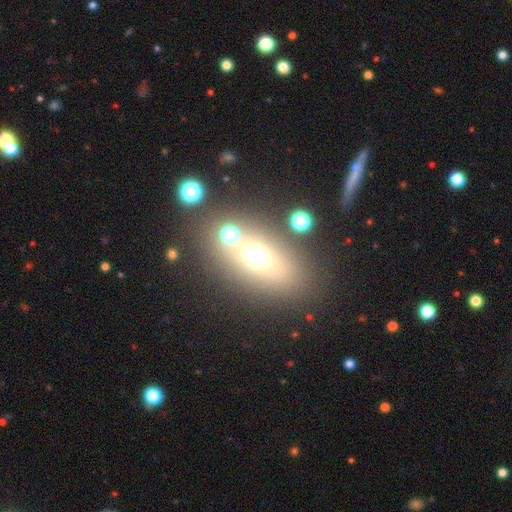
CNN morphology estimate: smooth_or_featured: smooth (p=0.56) [alt: star or artifact p=0.22]
how_rounded: in between (p=0.70) [alt: round p=0.25]
merging: none (p=0.70) [alt: merger p=0.14]